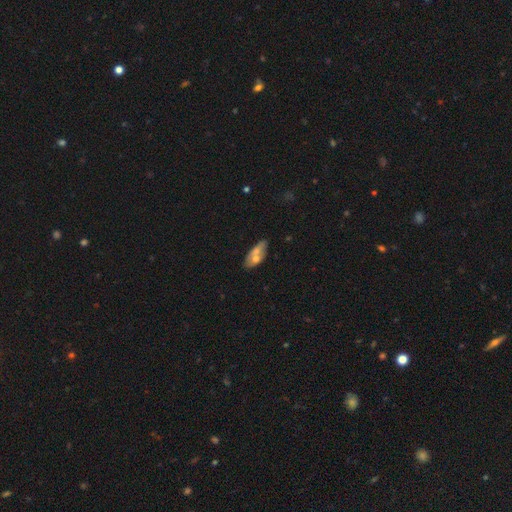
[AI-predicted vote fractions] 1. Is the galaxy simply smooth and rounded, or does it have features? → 58% smooth, 35% featured or disk, 7% star or artifact.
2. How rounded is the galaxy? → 77% in between, 19% cigar-shaped, 4% round.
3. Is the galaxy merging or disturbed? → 47% none, 27% merger, 19% minor disturbance, 7% major disturbance.